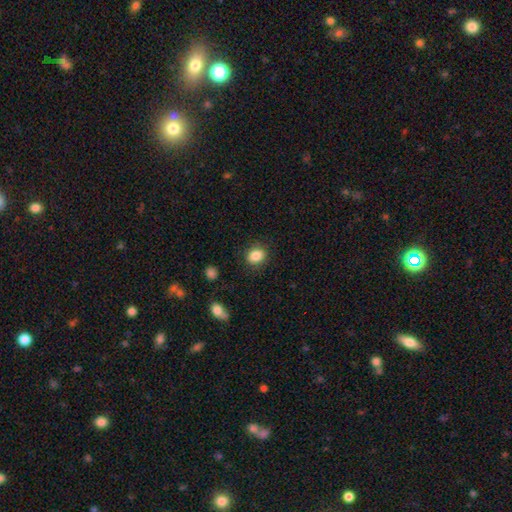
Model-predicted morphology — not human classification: smooth-or-featured: smooth: 86% | star or artifact: 9% | featured or disk: 5%
  how-rounded: round: 52% | in between: 47% | cigar-shaped: 1%
  merging: none: 86% | minor disturbance: 9% | major disturbance: 3% | merger: 1%